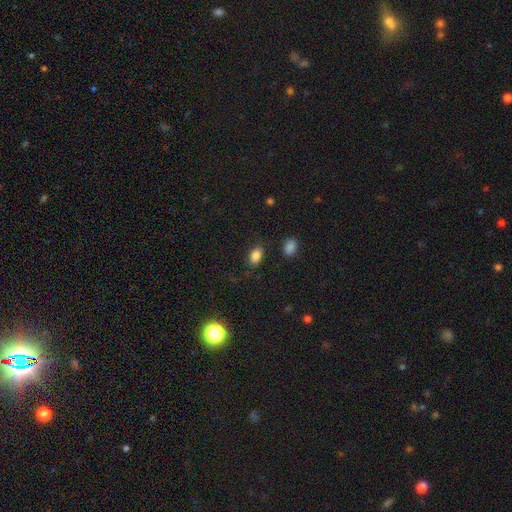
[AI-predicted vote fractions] Smooth or featured? smooth (85%)
How rounded? in between (85%)
Merging? none (82%)